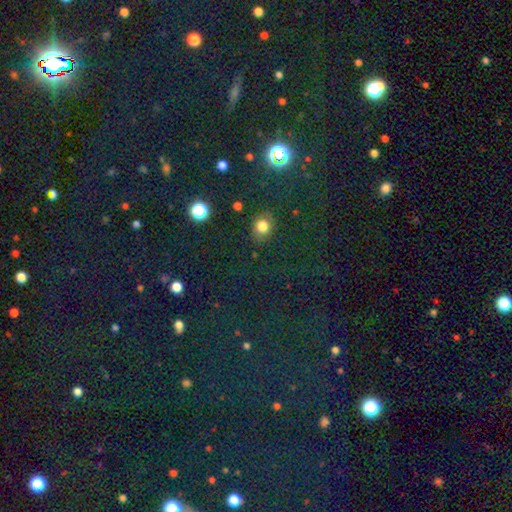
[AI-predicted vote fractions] The model was most divided on "smooth or featured": star or artifact: 61%, smooth: 32%, featured or disk: 8%.